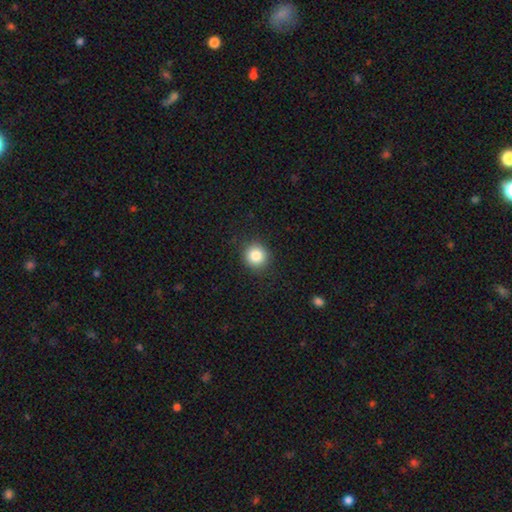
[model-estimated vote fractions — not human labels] This is clearly a smooth galaxy (85%). How rounded: clearly round (92%). Merging: clearly none (90%).